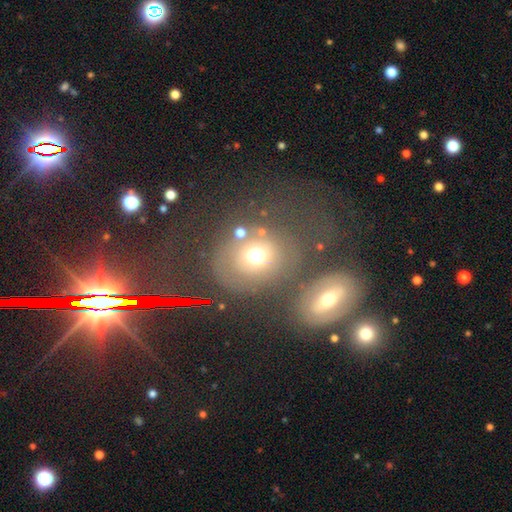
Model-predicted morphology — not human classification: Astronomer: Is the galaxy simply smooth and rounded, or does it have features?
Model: smooth — 61%.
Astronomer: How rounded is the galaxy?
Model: round — 73%.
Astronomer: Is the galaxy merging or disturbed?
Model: none — 56%.